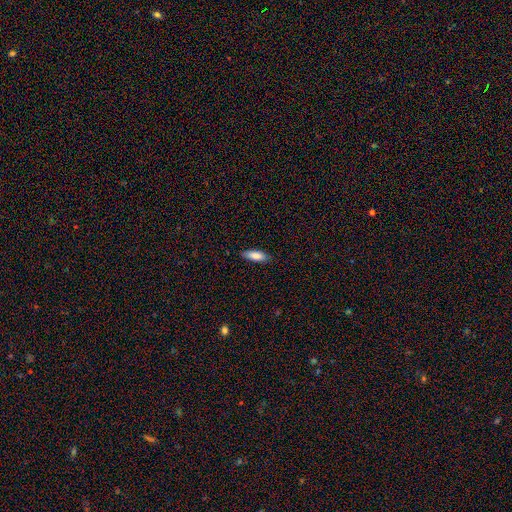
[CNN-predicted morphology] Smooth or featured? Predicted: smooth (p=0.83). How rounded? Predicted: in between (p=0.58). Merging? Predicted: none (p=0.85).